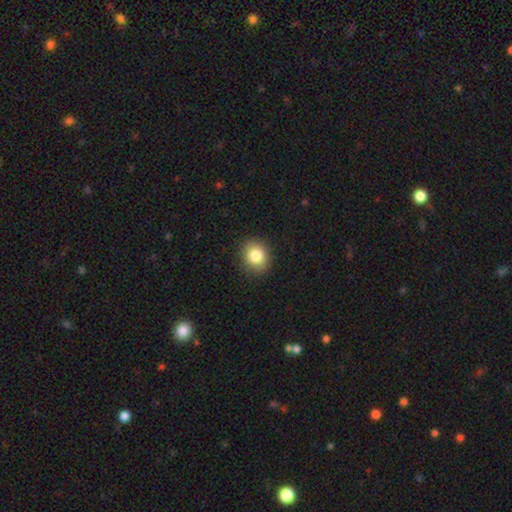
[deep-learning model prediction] This is clearly a smooth galaxy (82%). How rounded: likely round (71%). Merging: clearly none (89%).